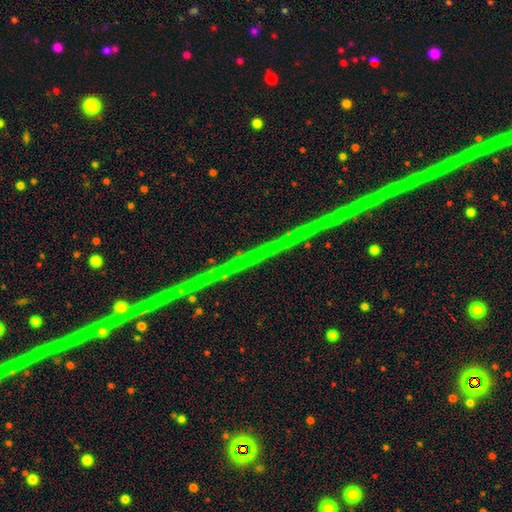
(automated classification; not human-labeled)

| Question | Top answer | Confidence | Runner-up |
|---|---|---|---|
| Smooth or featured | star or artifact | 78% | featured or disk (15%) |